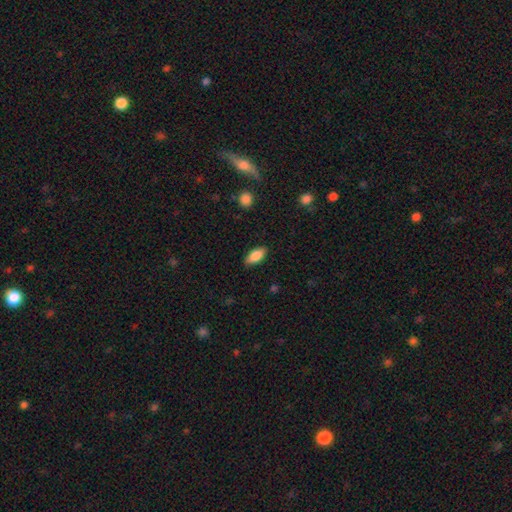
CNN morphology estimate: Overall: smooth (82%). How rounded: in between (85%). Merging: none (86%).